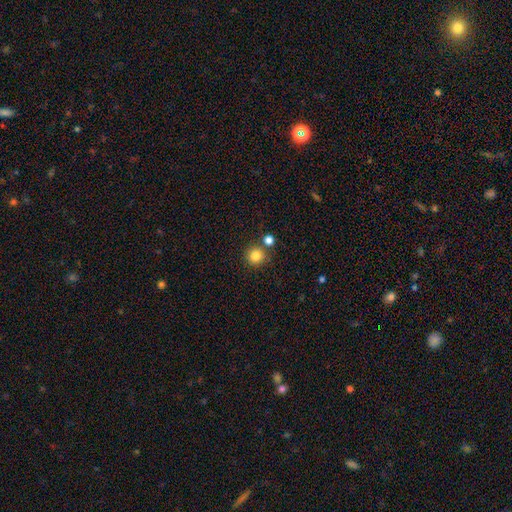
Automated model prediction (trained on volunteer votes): Smooth or featured? Predicted: smooth (p=0.83). How rounded? Predicted: round (p=0.94). Merging? Predicted: none (p=0.79).